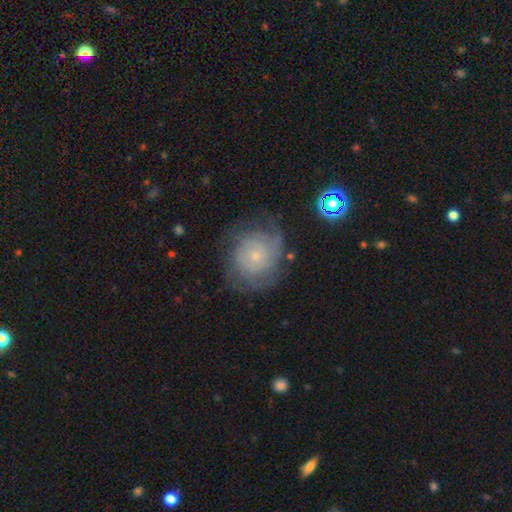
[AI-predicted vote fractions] This is possibly a featured or disk galaxy (59%). It is clearly not viewed edge-on (97%). Bar: clearly no (84%). Spiral arm pattern: clearly yes (80%). Central bulge: likely small (78%). Merging: likely none (62%).